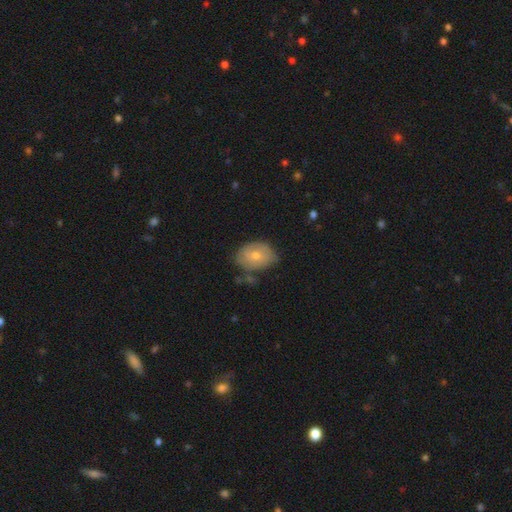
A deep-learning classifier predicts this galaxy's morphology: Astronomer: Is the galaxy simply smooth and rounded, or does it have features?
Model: smooth — 66%.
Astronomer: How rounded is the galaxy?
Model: in between — 71%.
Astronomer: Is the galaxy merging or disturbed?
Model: none — 58%.